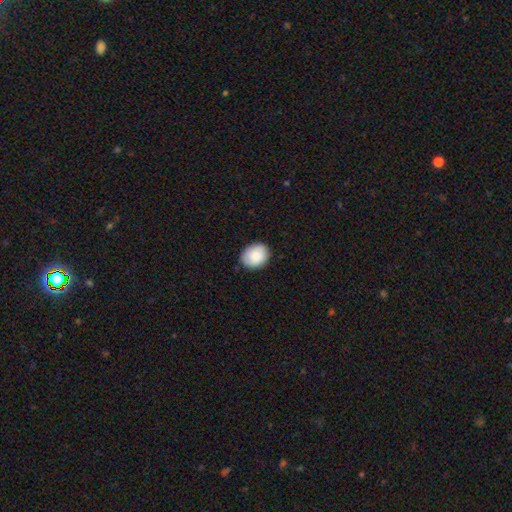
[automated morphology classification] The model was most divided on "how rounded": round: 50%, in between: 49%, cigar-shaped: 1%. More confident: merging — none (85%); smooth or featured — smooth (85%).